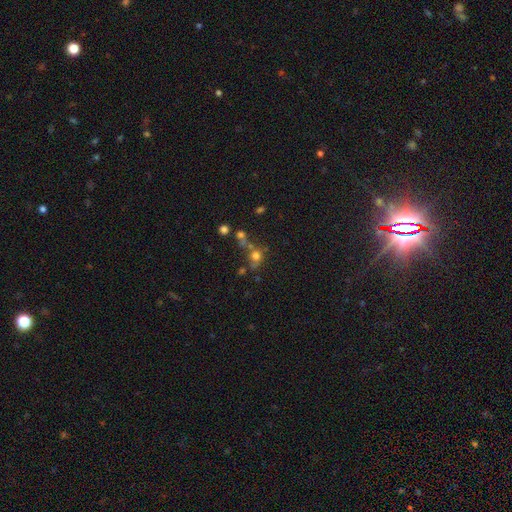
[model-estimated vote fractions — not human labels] A smooth galaxy with no disk features (63%) that is round (80%). Merging: none (43%).